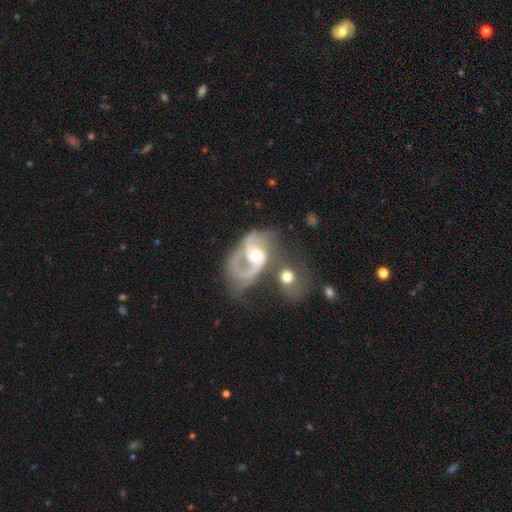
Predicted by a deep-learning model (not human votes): Smooth or featured? Predicted: featured or disk (p=0.84). Edge-on disk? Predicted: no (p=0.97). Bar? Predicted: no (p=0.56). Spiral arms? Predicted: yes (p=0.90). Spiral winding? Predicted: medium (p=0.46). Spiral arm count? Predicted: 2 (p=0.57). Bulge size? Predicted: moderate (p=0.69). Merging? Predicted: merger (p=0.32).